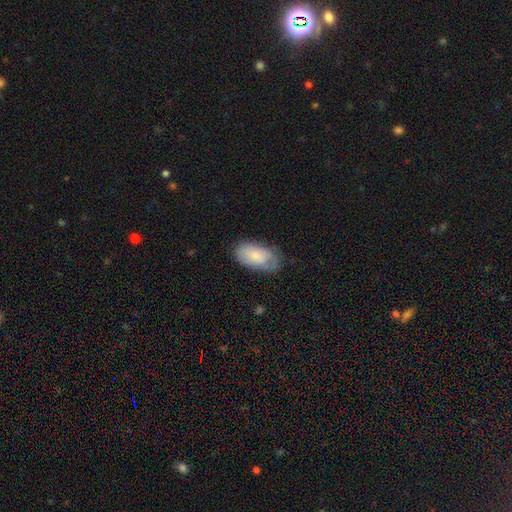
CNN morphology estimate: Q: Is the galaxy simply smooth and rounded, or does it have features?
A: smooth — 76%.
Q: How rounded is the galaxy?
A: in between — 94%.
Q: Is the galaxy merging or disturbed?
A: none — 62%.